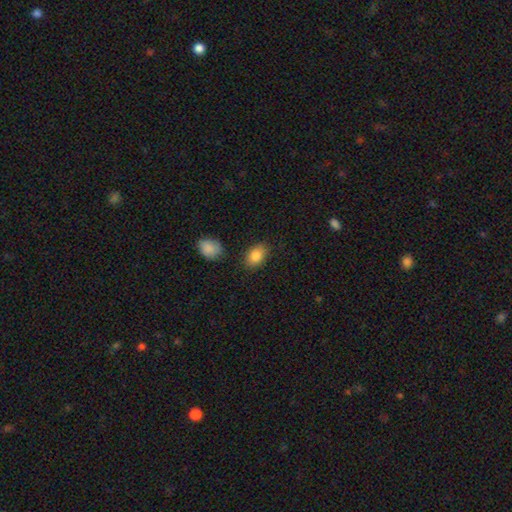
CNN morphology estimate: This appears to be a smooth galaxy with no disk features (86%) that is in between round and cigar-shaped (82%). Merging: none (81%).